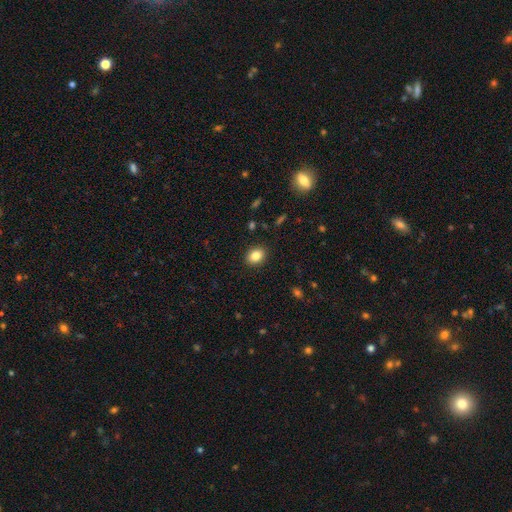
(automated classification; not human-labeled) Smooth or featured? Predicted: smooth (p=0.83). How rounded? Predicted: in between (p=0.61). Merging? Predicted: none (p=0.90).